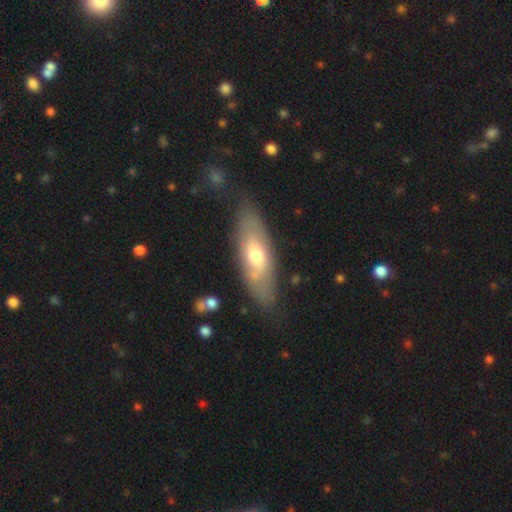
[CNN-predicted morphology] Smooth or featured: featured or disk — 48% (smooth — 46%)
Merging: none — 75% (minor disturbance — 17%)